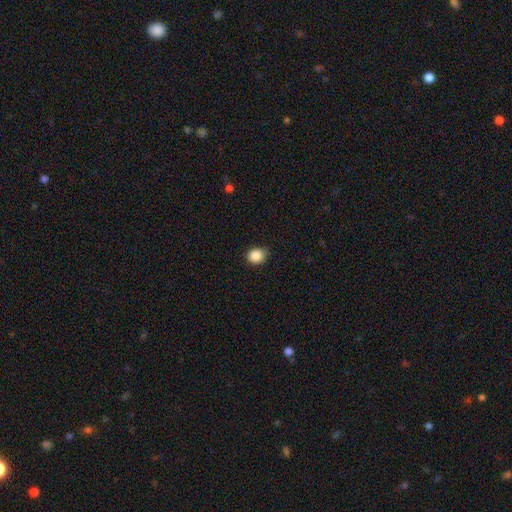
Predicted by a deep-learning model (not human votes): Smooth or featured?
  - smooth: 87% *
  - star or artifact: 9%
  - featured or disk: 4%
How rounded?
  - round: 69% *
  - in between: 30%
  - cigar-shaped: 1%
Merging?
  - none: 81% *
  - minor disturbance: 15%
  - major disturbance: 2%
  - merger: 1%